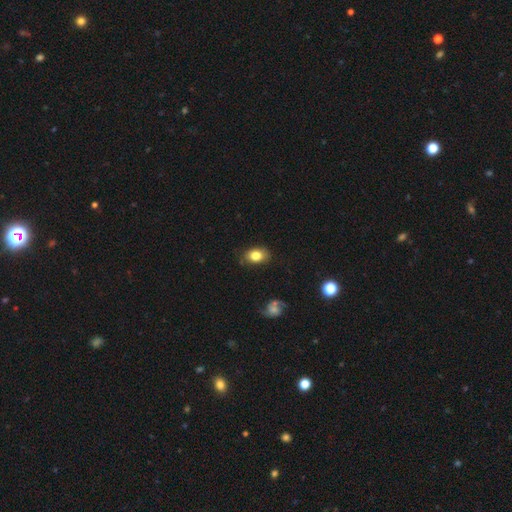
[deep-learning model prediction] Smooth or featured? smooth (82%)
How rounded? in between (79%)
Merging? none (80%)